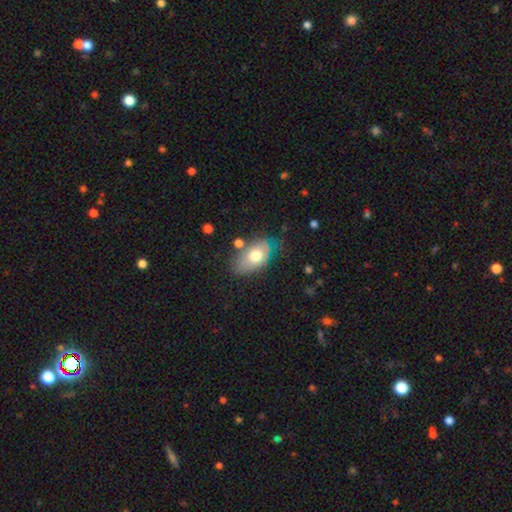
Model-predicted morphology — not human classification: smooth 67%, featured or disk 24%, star or artifact 8%. Down the decision tree: how rounded — in between (88%); merging — none (62%).